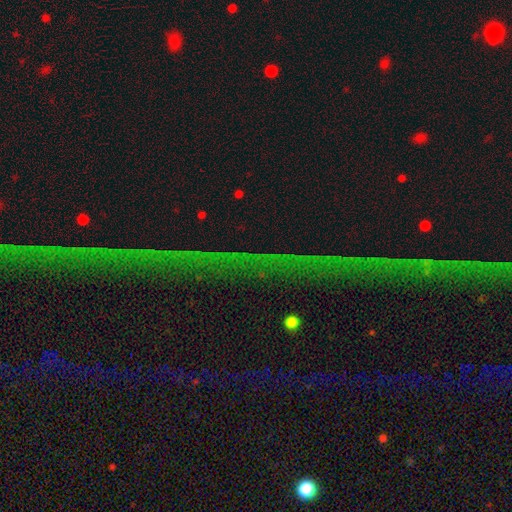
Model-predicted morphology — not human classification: type=star or artifact (84%).